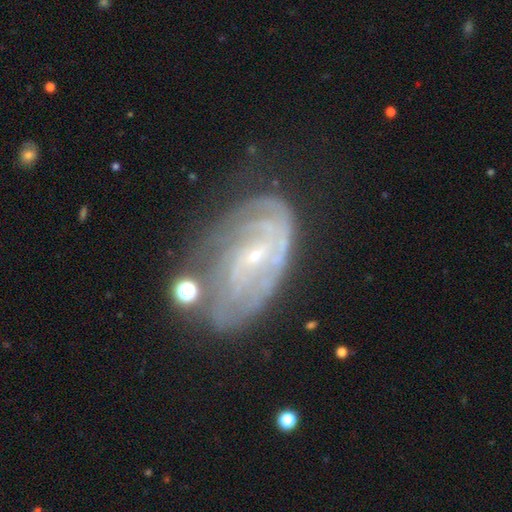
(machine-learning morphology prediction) Smooth or featured? Predicted: featured or disk (p=0.82). Edge-on disk? Predicted: no (p=0.96). Bar? Predicted: no (p=0.48). Spiral arms? Predicted: yes (p=0.89). Spiral winding? Predicted: tight (p=0.66). Spiral arm count? Predicted: can't tell (p=0.44). Bulge size? Predicted: small (p=0.83). Merging? Predicted: none (p=0.51).